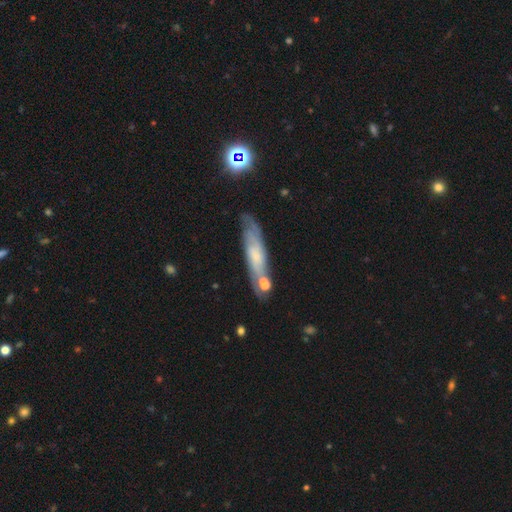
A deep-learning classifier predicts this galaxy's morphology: A featured or disk galaxy (55%).

Vote fractions:
- Smooth or featured? featured or disk: 55% / smooth: 35% / star or artifact: 10%
- Edge-on disk? no: 52% / yes: 48%
- Merging? none: 64% / minor disturbance: 20% / merger: 9% / major disturbance: 7%